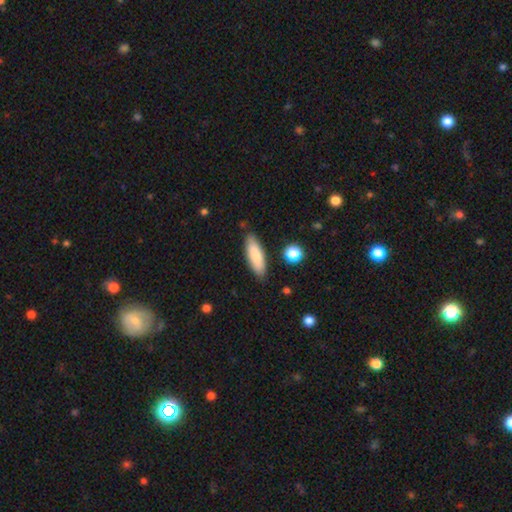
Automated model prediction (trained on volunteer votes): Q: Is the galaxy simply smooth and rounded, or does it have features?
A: smooth — 83%.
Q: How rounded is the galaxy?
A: in between — 50%.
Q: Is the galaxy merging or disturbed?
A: none — 85%.